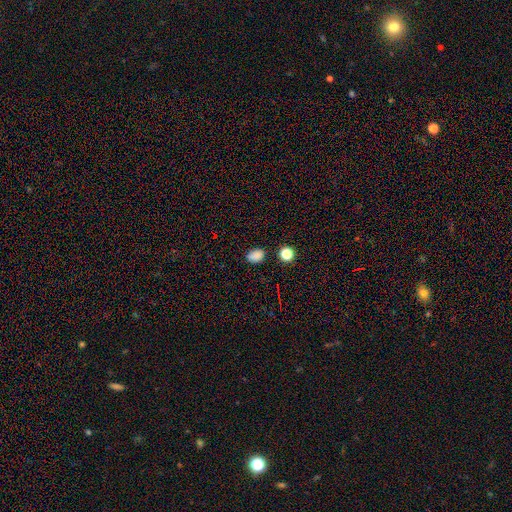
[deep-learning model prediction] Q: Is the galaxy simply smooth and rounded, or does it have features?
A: smooth — 81%.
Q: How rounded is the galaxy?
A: in between — 78%.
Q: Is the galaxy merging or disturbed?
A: none — 80%.